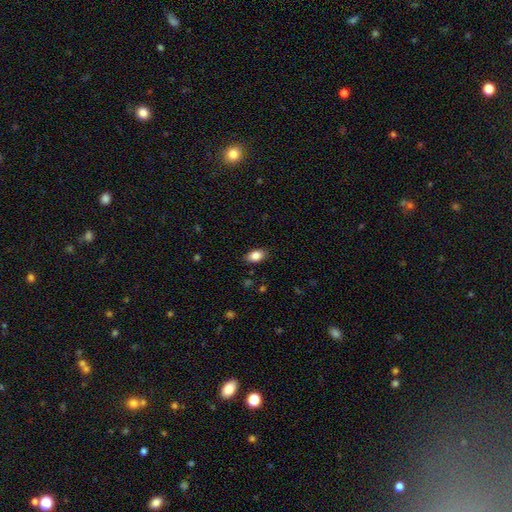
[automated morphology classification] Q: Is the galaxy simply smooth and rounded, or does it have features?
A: smooth — 85%.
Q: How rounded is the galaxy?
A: in between — 89%.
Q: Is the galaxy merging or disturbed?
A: none — 87%.